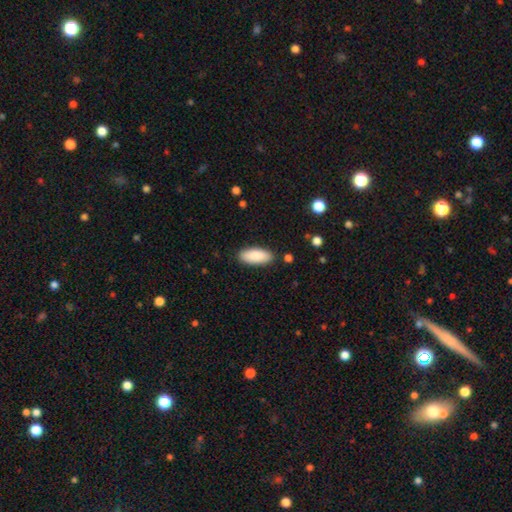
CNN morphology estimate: This appears to be a smooth galaxy with no disk features (89%) that is in between round and cigar-shaped (82%). Merging: none (87%).